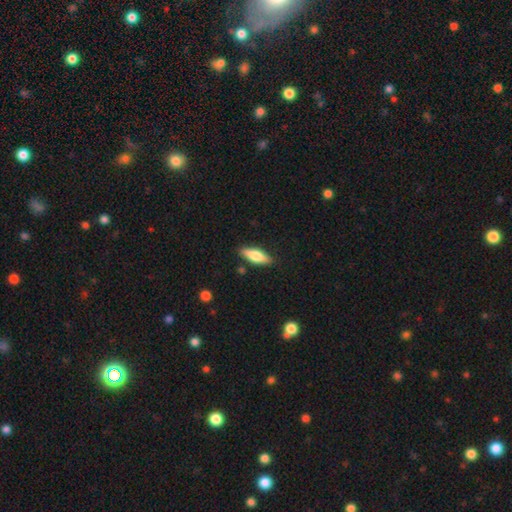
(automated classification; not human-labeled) Morphology: type=smooth (65%); roundness=in between (57%); merging=none (86%).